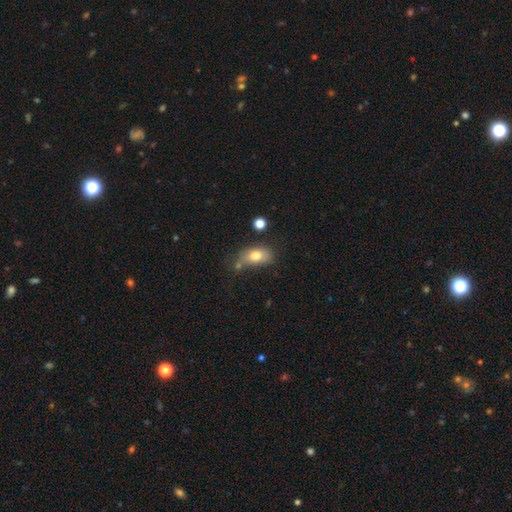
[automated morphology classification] type=smooth (75%); roundness=in between (83%); merging=none (47%).